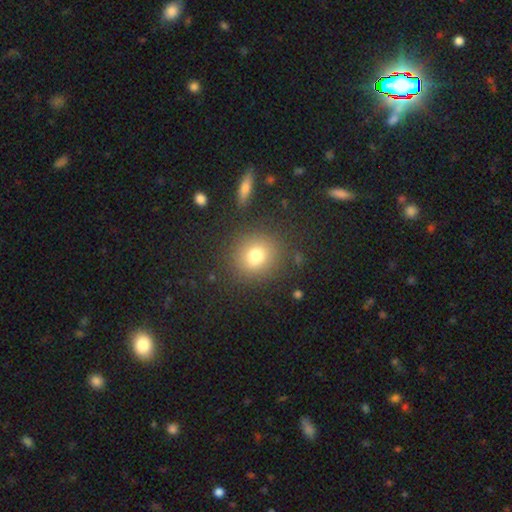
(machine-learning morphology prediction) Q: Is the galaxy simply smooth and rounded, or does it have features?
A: smooth — 75%.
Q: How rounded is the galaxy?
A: round — 82%.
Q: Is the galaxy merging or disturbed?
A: none — 84%.